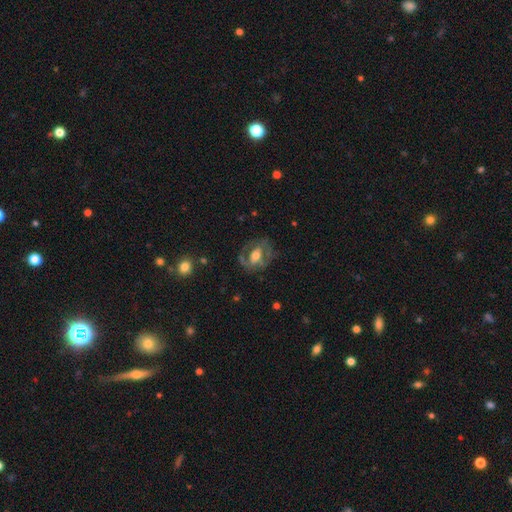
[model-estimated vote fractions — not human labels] This appears to be a featured or disk galaxy (68%) with no bar (44%), spiral arms (60%) and a moderate central bulge (64%). Merging: none (61%).